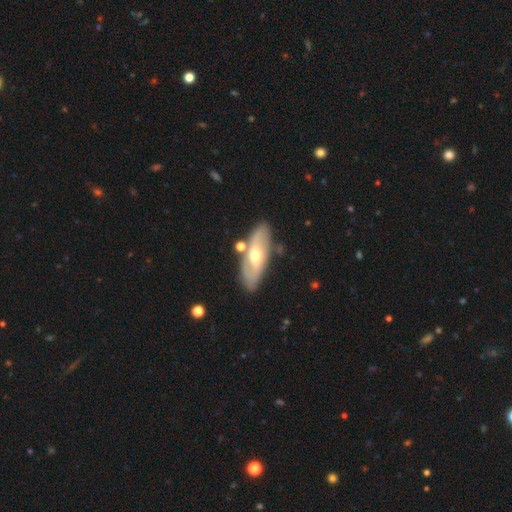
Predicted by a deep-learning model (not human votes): This is likely a featured or disk galaxy (62%). It is likely not viewed edge-on (75%). Merging: likely none (78%).